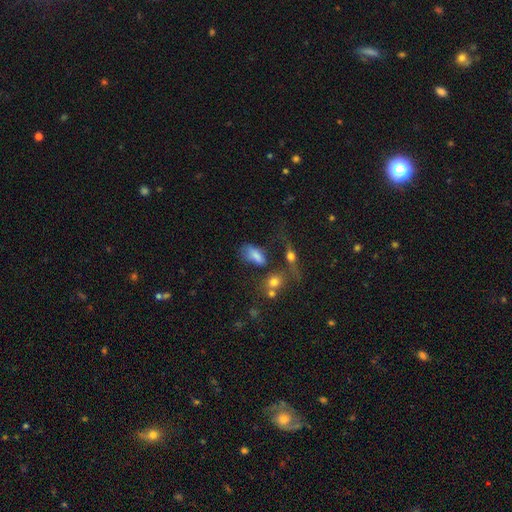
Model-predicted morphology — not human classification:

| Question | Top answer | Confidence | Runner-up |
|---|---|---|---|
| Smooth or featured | smooth | 72% | featured or disk (15%) |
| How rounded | in between | 83% | round (9%) |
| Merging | none | 38% | minor disturbance (25%) |